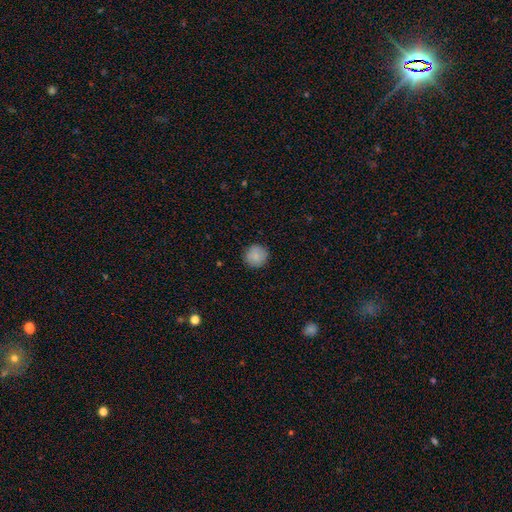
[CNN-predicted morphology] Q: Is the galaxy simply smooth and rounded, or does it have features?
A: smooth — 87%.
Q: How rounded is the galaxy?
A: round — 94%.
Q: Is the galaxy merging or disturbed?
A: none — 90%.